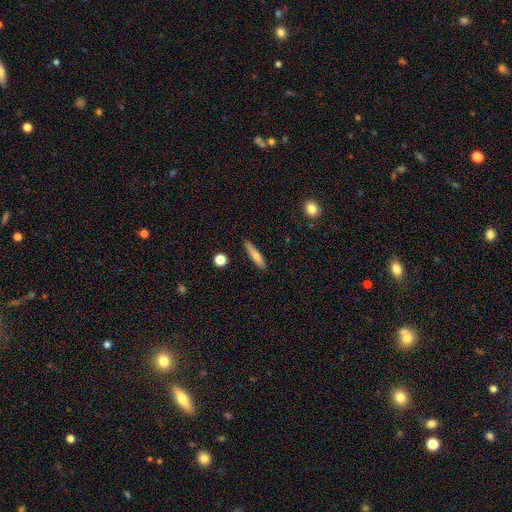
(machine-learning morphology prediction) smooth-or-featured: smooth: 73% | featured or disk: 20% | star or artifact: 7%
  how-rounded: cigar-shaped: 87% | in between: 11% | round: 2%
  merging: none: 87% | minor disturbance: 10% | major disturbance: 2% | merger: 2%